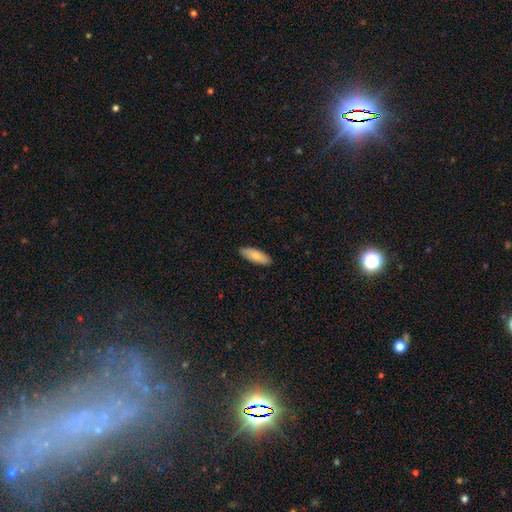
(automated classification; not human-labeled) This appears to be a smooth galaxy with no disk features (84%) that is in between round and cigar-shaped (68%). Merging: none (89%).